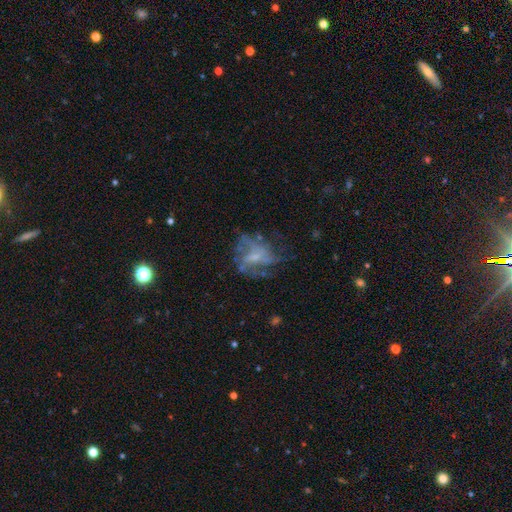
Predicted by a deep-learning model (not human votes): This appears to be a featured or disk galaxy (69%) with no bar (53%), spiral arms (68%) and a small central bulge (42%). Merging: none (50%).